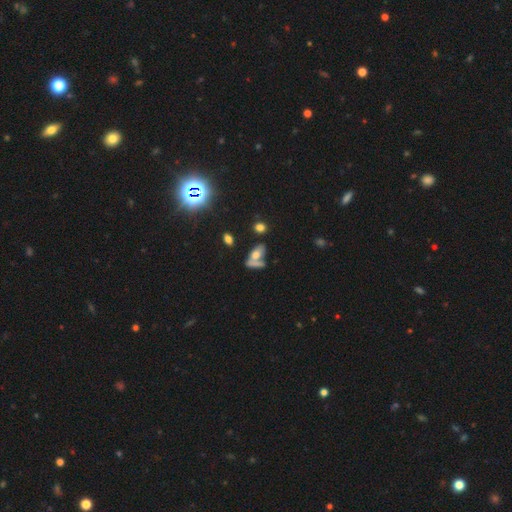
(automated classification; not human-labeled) This appears to be a smooth galaxy with no disk features (59%) that is in between round and cigar-shaped (76%). Merging: none (40%).